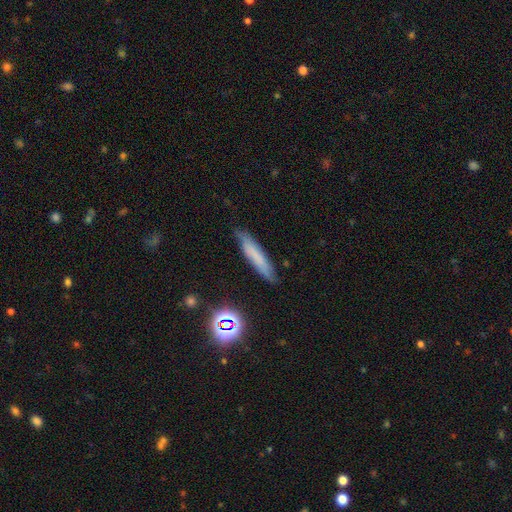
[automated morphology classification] Smooth or featured? smooth (65%)
How rounded? cigar-shaped (88%)
Merging? none (81%)